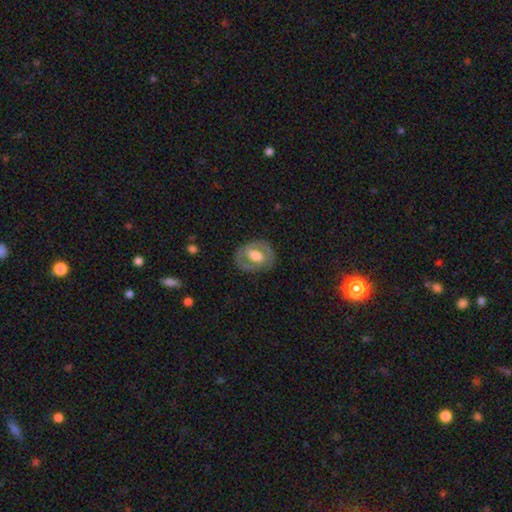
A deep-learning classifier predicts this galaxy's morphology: type=featured or disk (59%); edge-on=no (95%); bar=no (47%); spiral arms=no (58%); bulge=moderate (47%); merging=none (77%).